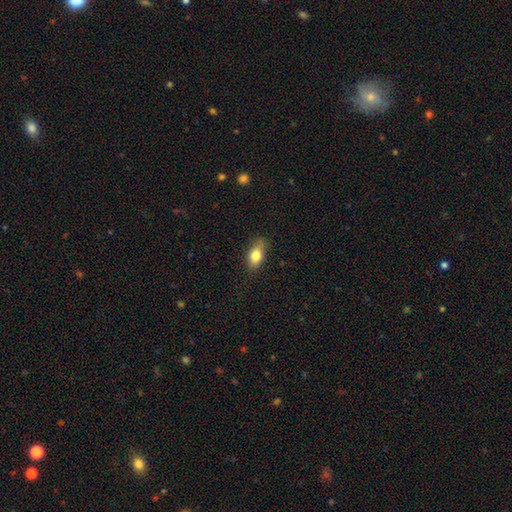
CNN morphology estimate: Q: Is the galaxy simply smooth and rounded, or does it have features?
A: smooth — 80%.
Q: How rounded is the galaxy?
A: in between — 84%.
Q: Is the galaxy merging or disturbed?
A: none — 73%.